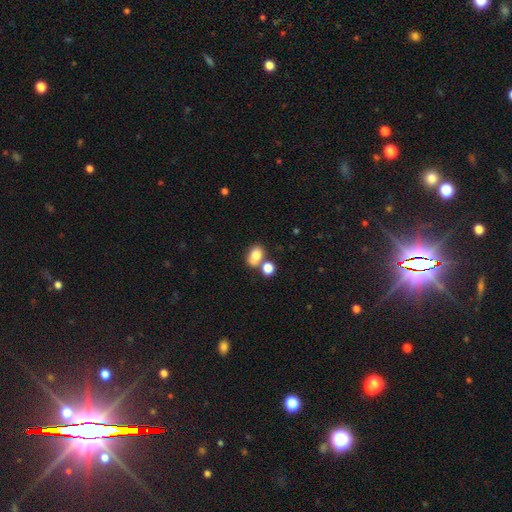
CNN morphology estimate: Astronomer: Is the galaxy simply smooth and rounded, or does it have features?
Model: smooth — 80%.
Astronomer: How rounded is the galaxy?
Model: in between — 73%.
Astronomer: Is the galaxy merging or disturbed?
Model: none — 51% (runner-up: merger, 32%).